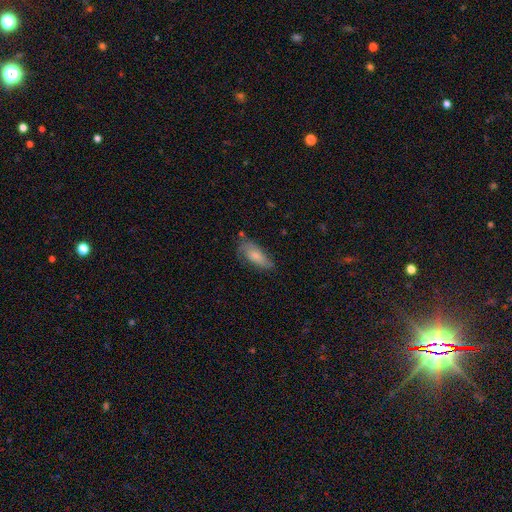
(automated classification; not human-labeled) This appears to be a smooth galaxy with no disk features (57%) that is in between round and cigar-shaped (77%). Merging: none (62%).